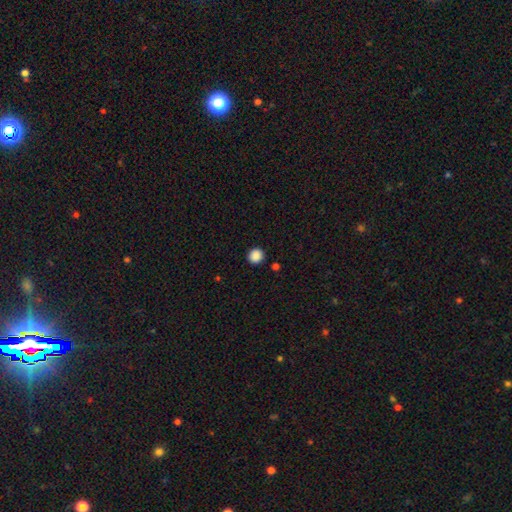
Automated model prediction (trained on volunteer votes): A smooth galaxy with no disk features (88%) that is round (93%). Merging: none (91%).